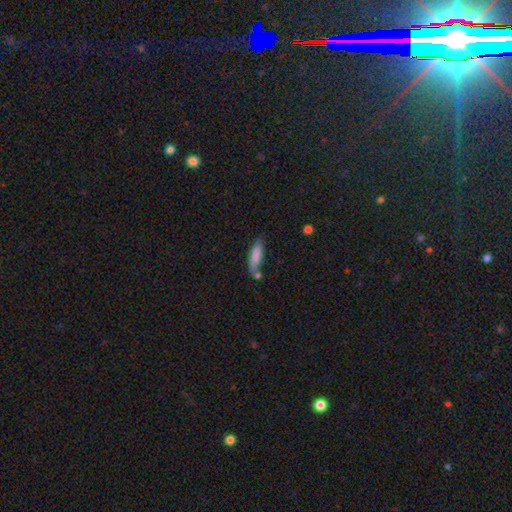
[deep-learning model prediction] smooth 81%, featured or disk 12%, star or artifact 7%. Down the decision tree: how rounded — cigar-shaped (57%); merging — none (59%).